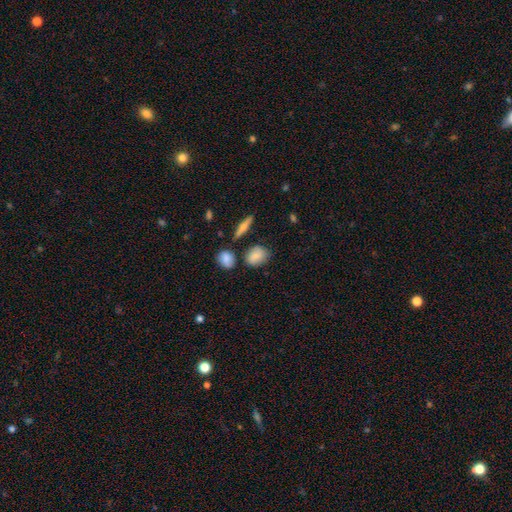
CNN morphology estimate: Q: Smooth or featured?
A: smooth (81%); runner-up: featured or disk (11%)
Q: How rounded?
A: in between (62%); runner-up: round (35%)
Q: Merging?
A: none (73%); runner-up: minor disturbance (16%)